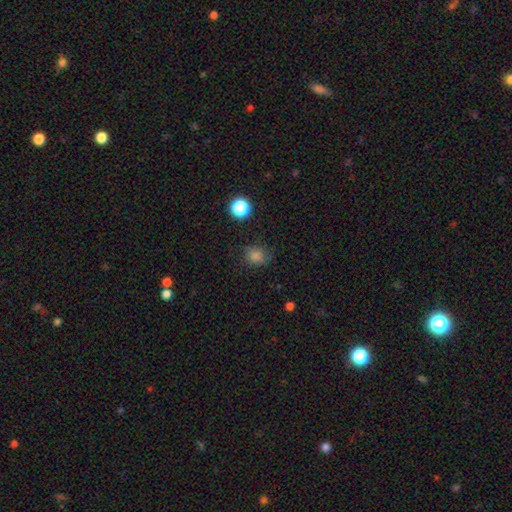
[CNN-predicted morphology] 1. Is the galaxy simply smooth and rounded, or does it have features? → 78% smooth, 17% star or artifact, 5% featured or disk.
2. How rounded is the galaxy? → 66% round, 33% in between, 1% cigar-shaped.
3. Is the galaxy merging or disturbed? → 76% none, 17% minor disturbance, 5% major disturbance, 2% merger.